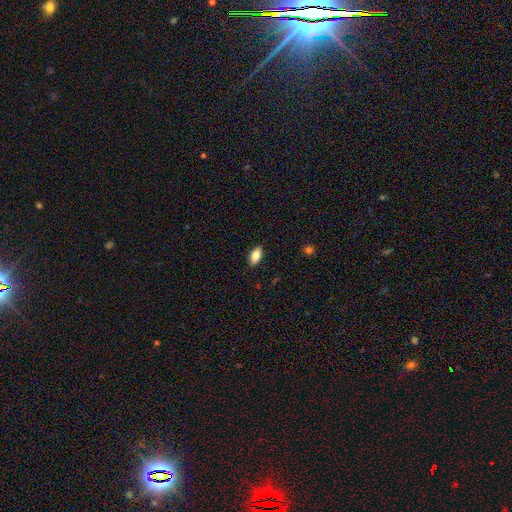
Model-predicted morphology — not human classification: smooth-or-featured: smooth: 80% | featured or disk: 13% | star or artifact: 7%
  how-rounded: in between: 90% | cigar-shaped: 6% | round: 4%
  merging: none: 89% | minor disturbance: 8% | major disturbance: 2% | merger: 1%